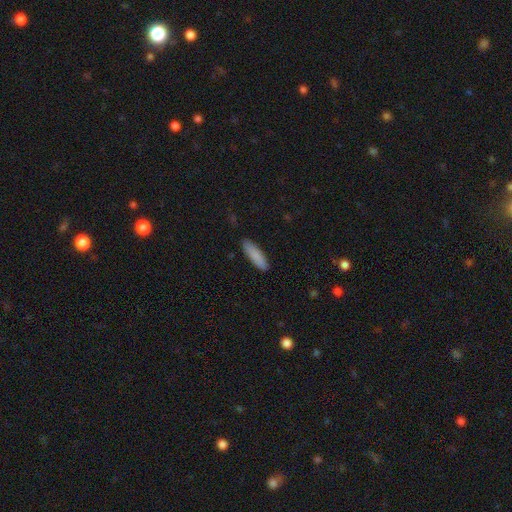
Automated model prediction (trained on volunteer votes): Smooth or featured? Predicted: smooth (p=0.87). How rounded? Predicted: cigar-shaped (p=0.61). Merging? Predicted: none (p=0.88).